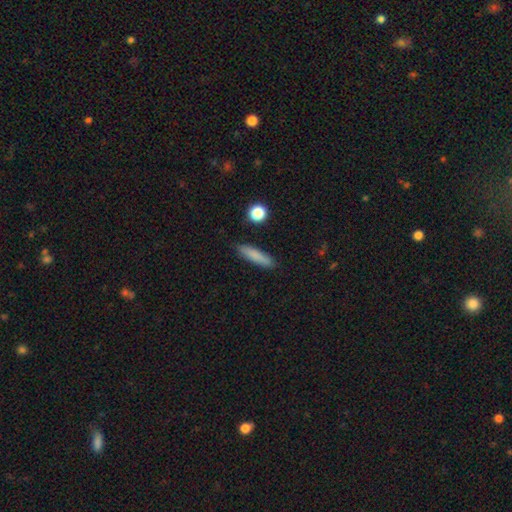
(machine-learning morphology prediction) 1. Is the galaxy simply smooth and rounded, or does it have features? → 82% smooth, 10% featured or disk, 8% star or artifact.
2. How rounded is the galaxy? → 81% cigar-shaped, 17% in between, 2% round.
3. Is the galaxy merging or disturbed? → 87% none, 9% minor disturbance, 2% major disturbance, 2% merger.